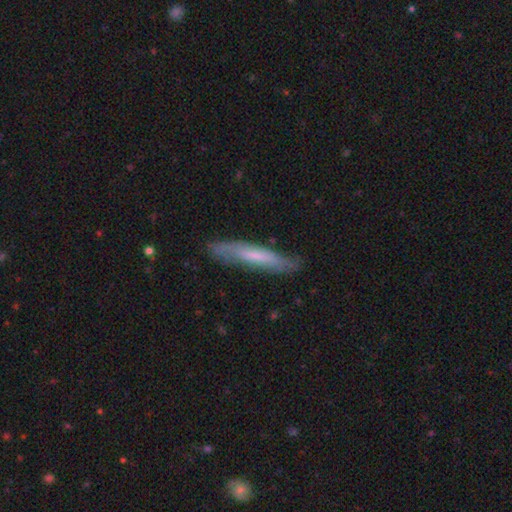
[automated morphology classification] Smooth or featured? Predicted: smooth (p=0.49). Merging? Predicted: none (p=0.81).